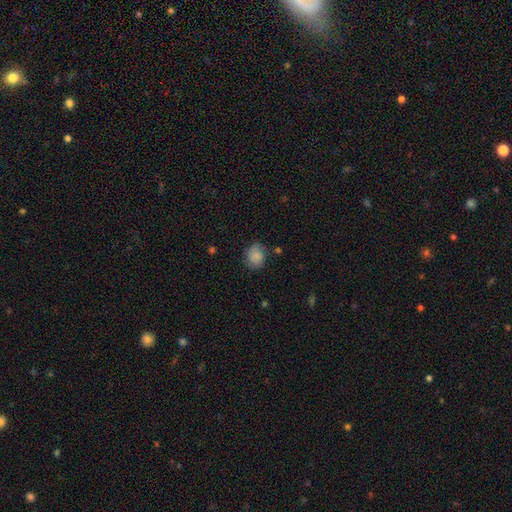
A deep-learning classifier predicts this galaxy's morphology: Overall: smooth (80%). How rounded: round (67%; in between 32%). Merging: none (68%).